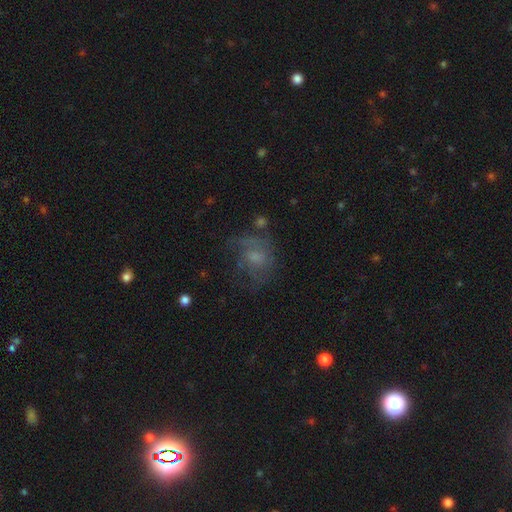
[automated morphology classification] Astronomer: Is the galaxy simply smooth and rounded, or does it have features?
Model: featured or disk — 50% (runner-up: smooth, 34%).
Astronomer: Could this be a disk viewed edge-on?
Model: no — 97%.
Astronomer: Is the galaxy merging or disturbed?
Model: none — 50%.